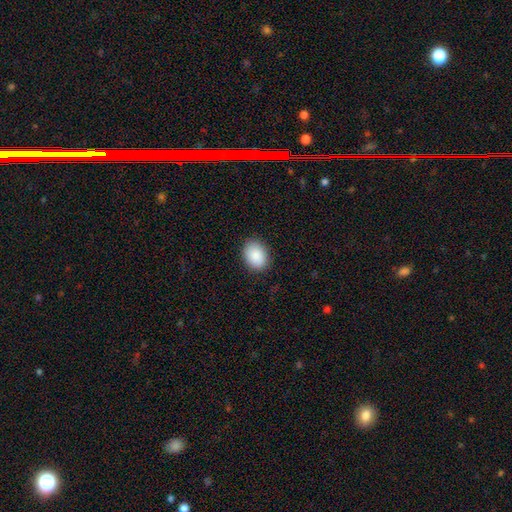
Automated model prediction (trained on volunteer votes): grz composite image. It shows a smooth galaxy with no disk features (89%) that is in between round and cigar-shaped (73%). Merging: none (87%).